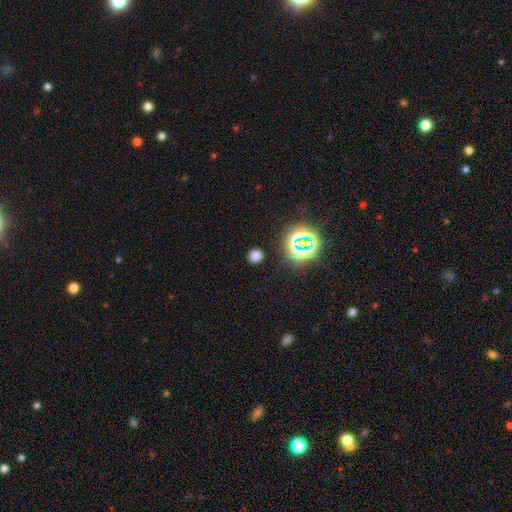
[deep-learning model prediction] This appears to be a smooth galaxy with no disk features (68%) that is round (86%). Merging: none (88%).